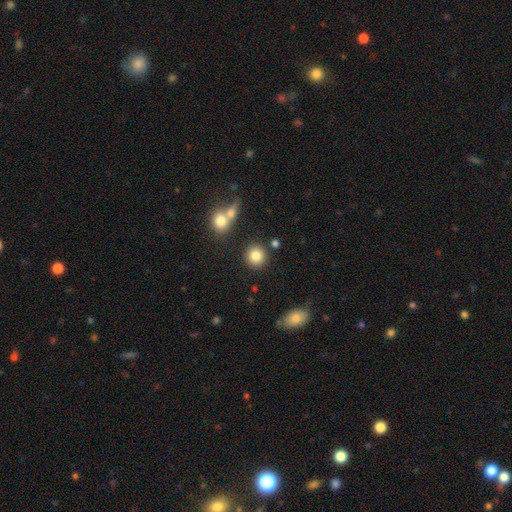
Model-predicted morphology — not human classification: Smooth or featured? smooth (83%)
How rounded? round (89%)
Merging? none (83%)